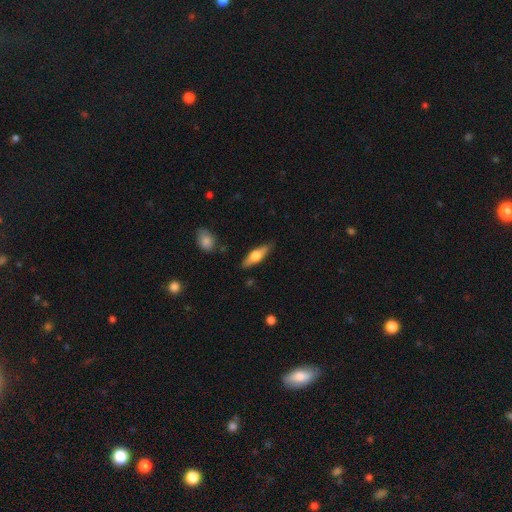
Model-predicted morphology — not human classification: This is possibly a featured or disk galaxy (48%). Merging: clearly none (86%).